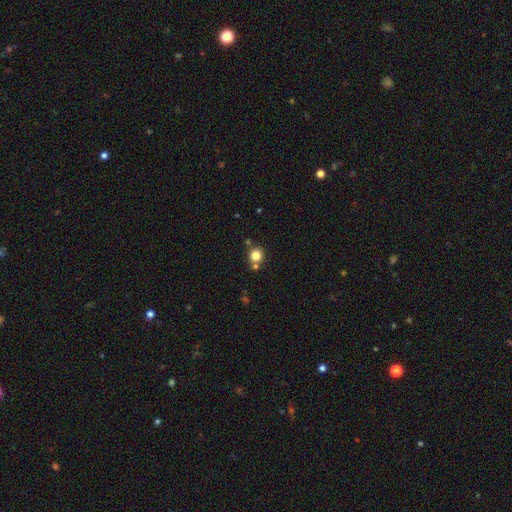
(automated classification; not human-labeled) smooth 81%, star or artifact 12%, featured or disk 7%. Down the decision tree: how rounded — round (90%); merging — none (72%).